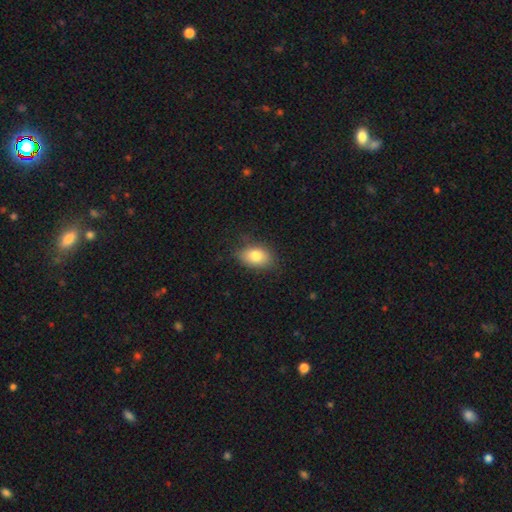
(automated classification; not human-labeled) Smooth or featured? Predicted: smooth (p=0.80). How rounded? Predicted: in between (p=0.86). Merging? Predicted: none (p=0.76).